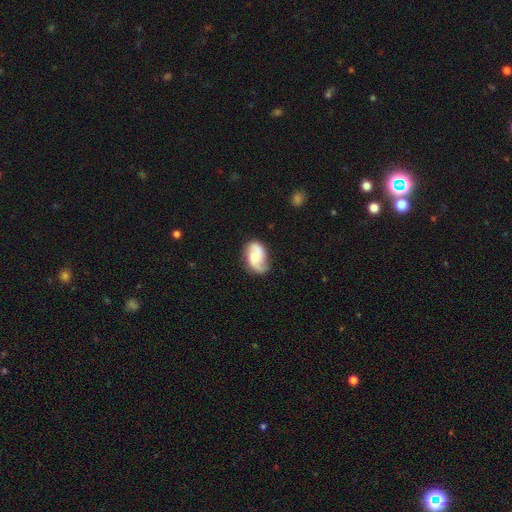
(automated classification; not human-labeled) This is likely a featured or disk galaxy (72%). It is clearly not viewed edge-on (98%). Bar: possibly no (59%). Spiral arm pattern: clearly yes (96%). Spiral arm count: clearly 2 (90%). Spiral winding: marginally loose (44%). Central bulge: marginally small (34%). Merging: likely none (74%).